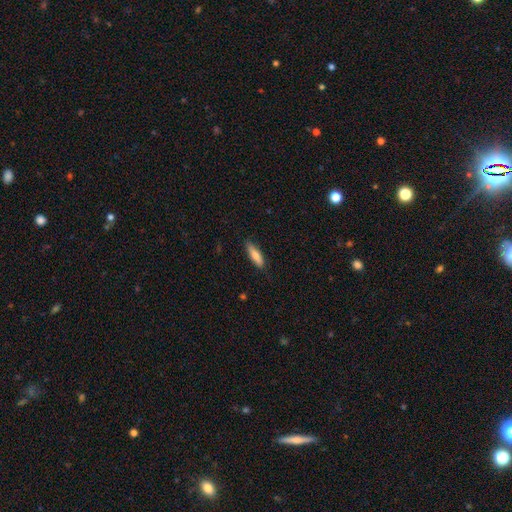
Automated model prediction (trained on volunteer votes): Smooth or featured?
  - smooth: 77% *
  - featured or disk: 17%
  - star or artifact: 6%
How rounded?
  - cigar-shaped: 62% *
  - in between: 36%
  - round: 2%
Merging?
  - none: 84% *
  - minor disturbance: 12%
  - major disturbance: 2%
  - merger: 1%